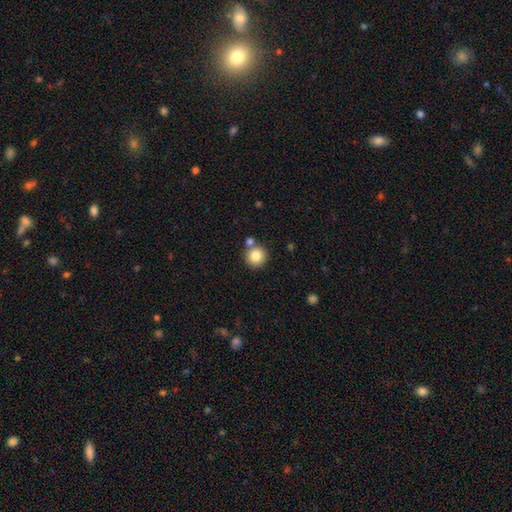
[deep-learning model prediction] Q: Smooth or featured?
A: smooth (82%); runner-up: star or artifact (10%)
Q: How rounded?
A: round (93%); runner-up: in between (6%)
Q: Merging?
A: none (72%); runner-up: merger (17%)